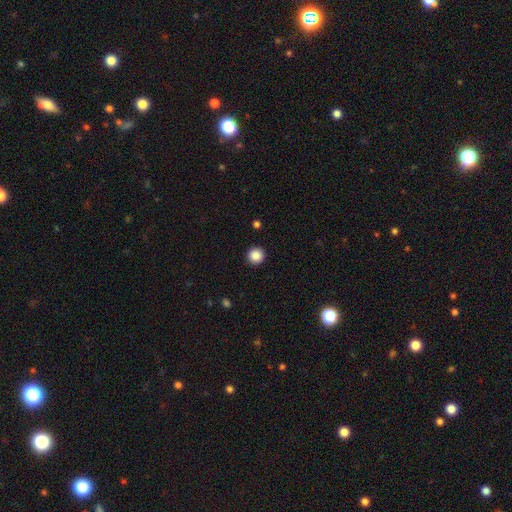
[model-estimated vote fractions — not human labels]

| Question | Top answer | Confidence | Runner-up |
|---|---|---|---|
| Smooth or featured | smooth | 87% | star or artifact (9%) |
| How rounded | round | 95% | in between (4%) |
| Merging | none | 93% | minor disturbance (4%) |